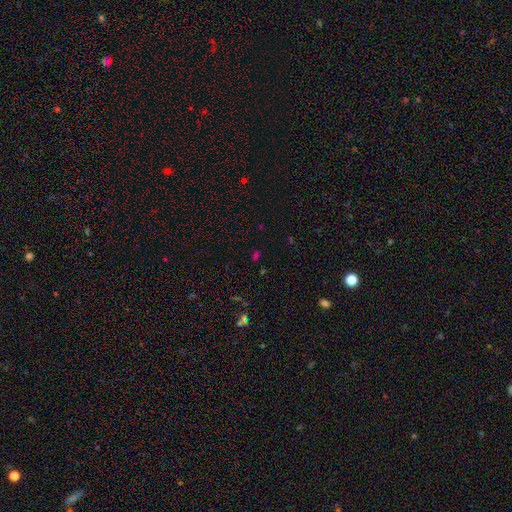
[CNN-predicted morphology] Smooth or featured? Predicted: star or artifact (p=0.52).